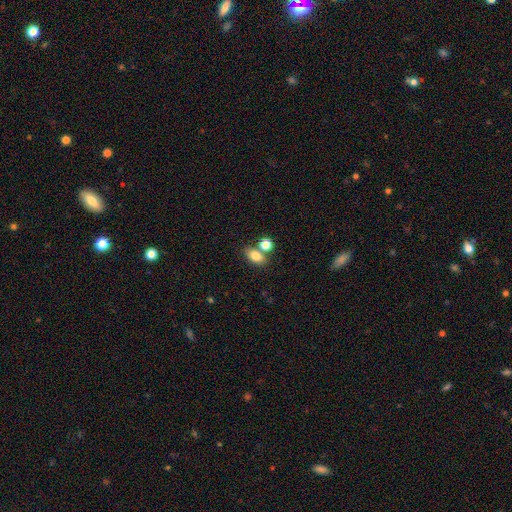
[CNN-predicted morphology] Smooth or featured? Predicted: smooth (p=0.80). How rounded? Predicted: in between (p=0.80). Merging? Predicted: none (p=0.56).